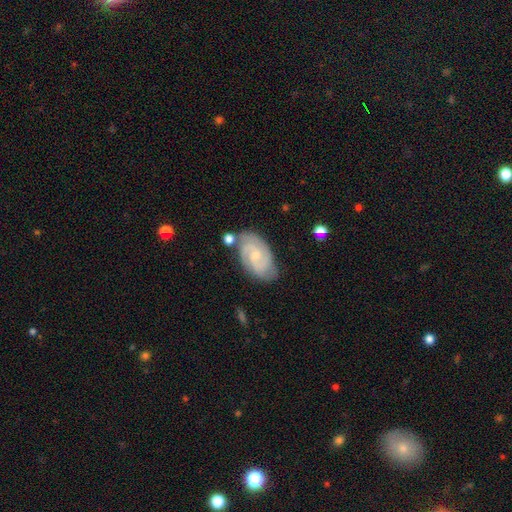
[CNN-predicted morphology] smooth_or_featured: featured or disk (p=0.83) [alt: smooth p=0.11]
disk_edge_on: no (p=0.97) [alt: yes p=0.03]
bar: no (p=0.52) [alt: weak p=0.41]
has_spiral_arms: yes (p=0.97) [alt: no p=0.03]
spiral_winding: tight (p=0.58) [alt: medium p=0.35]
spiral_arm_count: 2 (p=0.69) [alt: 3 p=0.14]
bulge_size: small (p=0.62) [alt: moderate p=0.28]
merging: none (p=0.74) [alt: minor disturbance p=0.17]